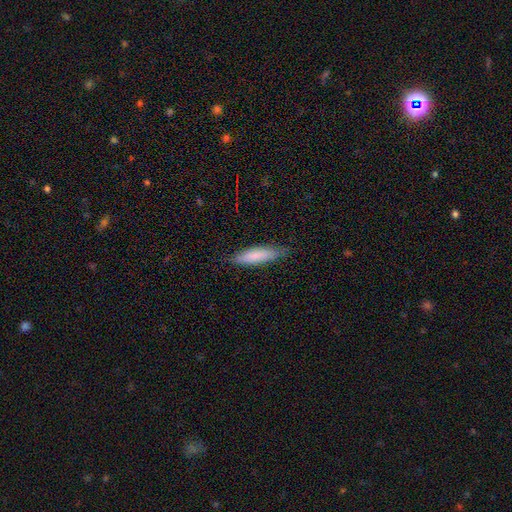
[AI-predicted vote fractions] A smooth galaxy with no disk features (81%) that is cigar-shaped (71%).

Vote fractions:
- Smooth or featured? smooth: 81% / featured or disk: 14% / star or artifact: 6%
- How rounded? cigar-shaped: 71% / in between: 28% / round: 1%
- Merging? none: 81% / minor disturbance: 15% / major disturbance: 2% / merger: 1%